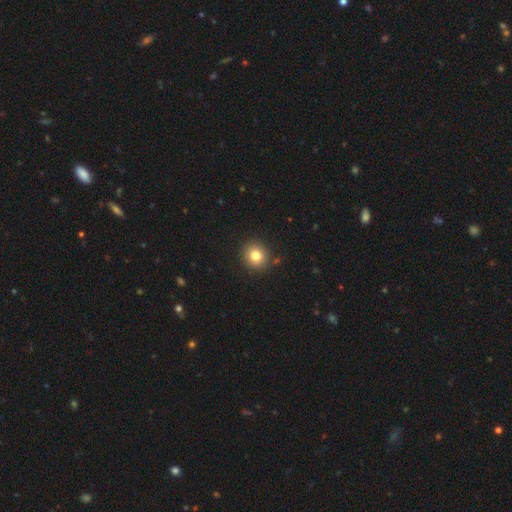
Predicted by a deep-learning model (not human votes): Smooth or featured: smooth — 81% (star or artifact — 11%)
How rounded: round — 89% (in between — 10%)
Merging: none — 89% (minor disturbance — 7%)